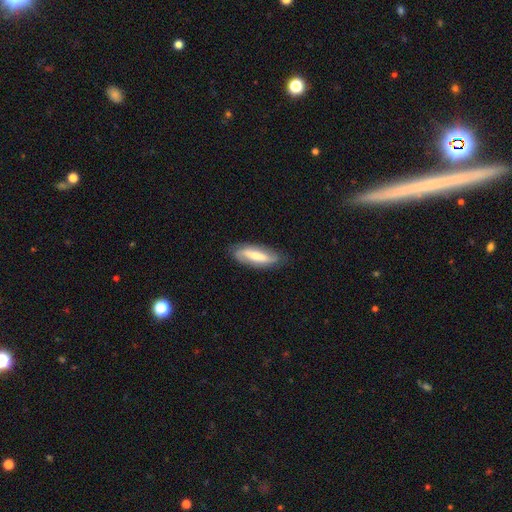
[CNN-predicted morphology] The model was most divided on "smooth or featured": featured or disk: 59%, smooth: 36%, star or artifact: 6%. More confident: merging — none (79%); edge-on disk — no (77%).